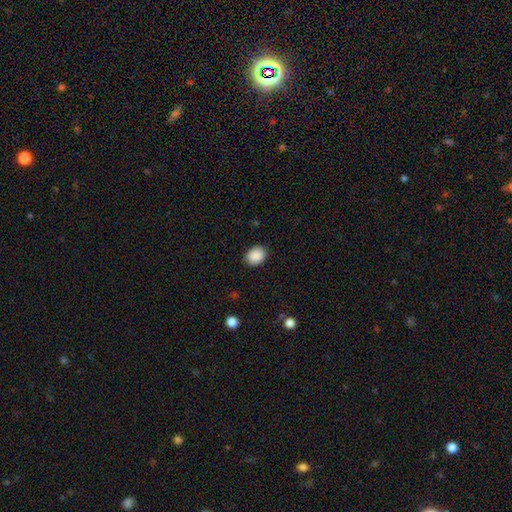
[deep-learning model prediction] Smooth or featured?
  - smooth: 90% *
  - star or artifact: 8%
  - featured or disk: 2%
How rounded?
  - in between: 58% *
  - round: 41%
  - cigar-shaped: 1%
Merging?
  - none: 89% *
  - minor disturbance: 8%
  - major disturbance: 2%
  - merger: 1%